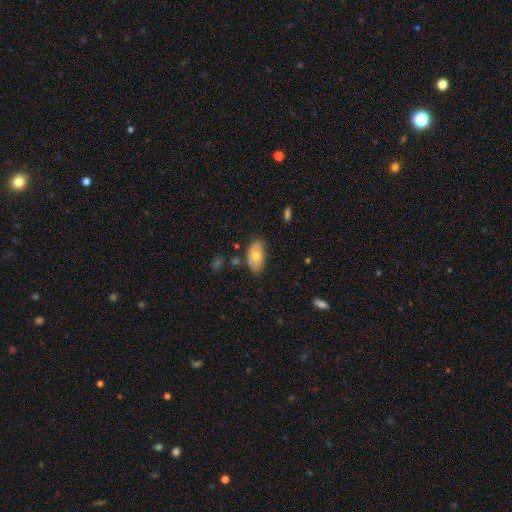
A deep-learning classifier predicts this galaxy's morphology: This appears to be a smooth galaxy with no disk features (67%) that is in between round and cigar-shaped (93%). Merging: none (75%).